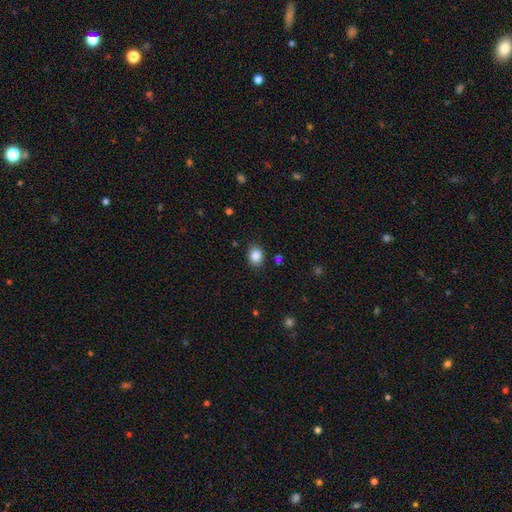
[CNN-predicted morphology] A smooth galaxy with no disk features (86%) that is round (64%). Merging: none (85%).